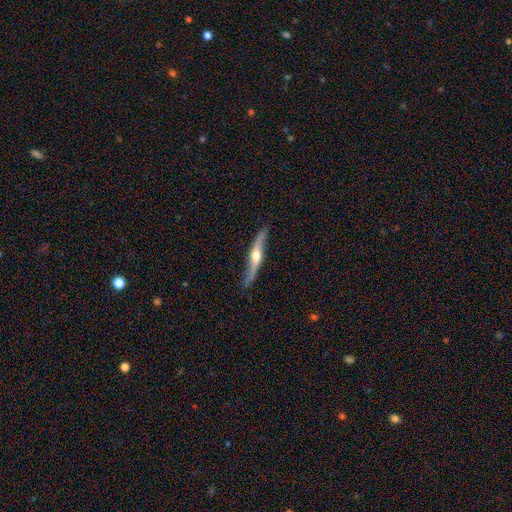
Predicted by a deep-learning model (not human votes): This is likely a featured or disk galaxy (78%). It is likely viewed edge-on (73%). Edge-on bulge: clearly rounded (92%). Merging: clearly none (80%).